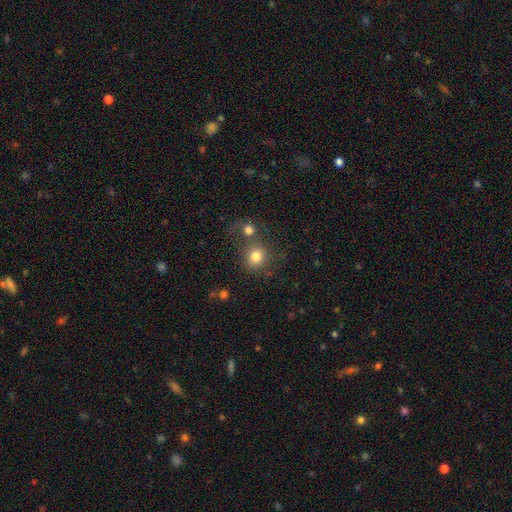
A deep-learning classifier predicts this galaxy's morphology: Smooth or featured?
  - smooth: 71% *
  - star or artifact: 21%
  - featured or disk: 8%
How rounded?
  - round: 85% *
  - in between: 14%
  - cigar-shaped: 1%
Merging?
  - none: 65% *
  - merger: 21%
  - minor disturbance: 10%
  - major disturbance: 5%